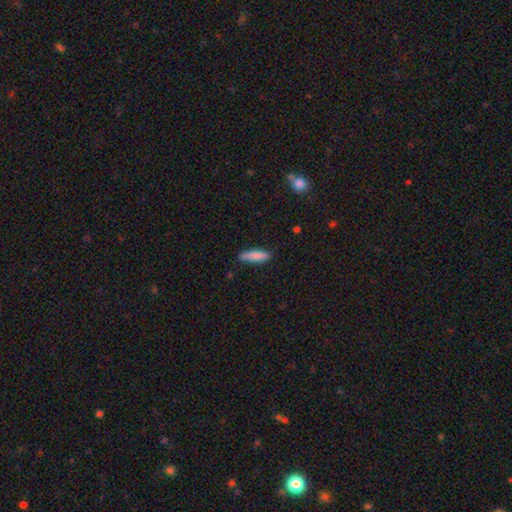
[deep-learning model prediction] Smooth or featured?
  - smooth: 84% *
  - featured or disk: 10%
  - star or artifact: 6%
How rounded?
  - cigar-shaped: 68% *
  - in between: 30%
  - round: 2%
Merging?
  - none: 82% *
  - minor disturbance: 14%
  - major disturbance: 2%
  - merger: 1%